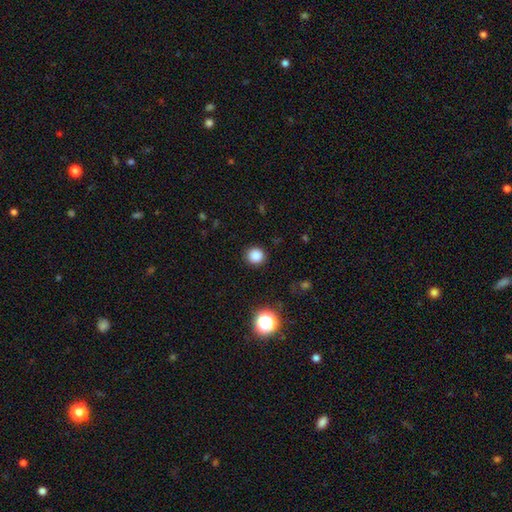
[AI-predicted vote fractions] This is clearly a smooth galaxy (84%). How rounded: clearly round (92%). Merging: clearly none (90%).